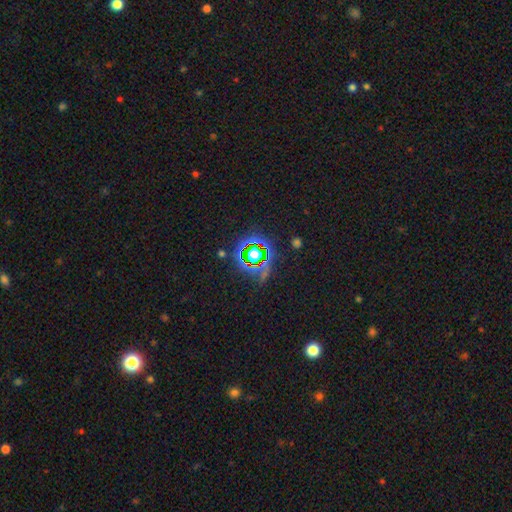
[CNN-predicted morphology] Overall: star or artifact (69%).